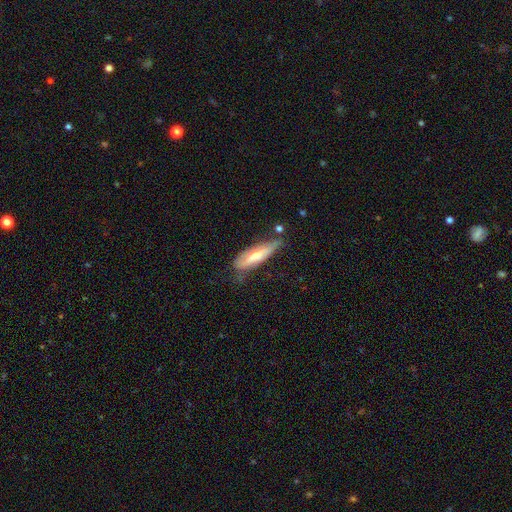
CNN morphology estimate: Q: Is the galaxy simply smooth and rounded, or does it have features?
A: smooth — 54%.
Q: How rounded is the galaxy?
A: cigar-shaped — 63%.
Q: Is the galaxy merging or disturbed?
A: none — 50%.